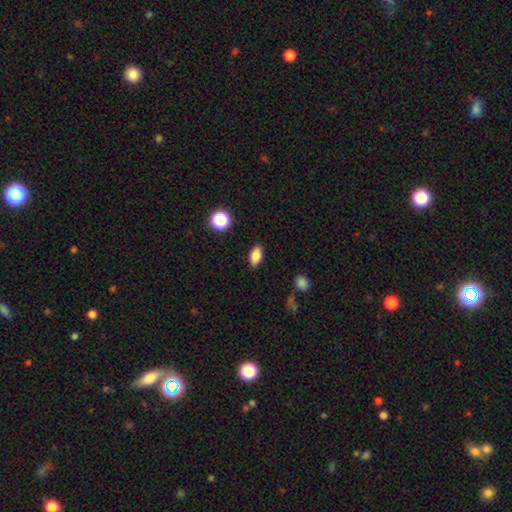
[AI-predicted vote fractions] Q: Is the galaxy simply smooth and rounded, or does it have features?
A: smooth — 86%.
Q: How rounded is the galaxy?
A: in between — 89%.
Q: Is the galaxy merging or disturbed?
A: none — 88%.